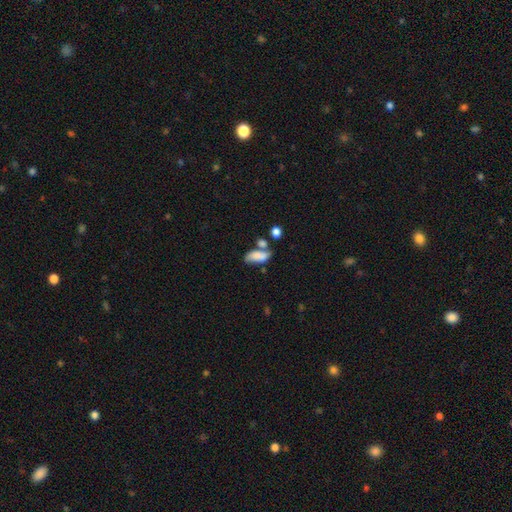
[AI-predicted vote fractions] smooth 73%, featured or disk 18%, star or artifact 9%. Down the decision tree: how rounded — in between (86%); merging — none (36%).